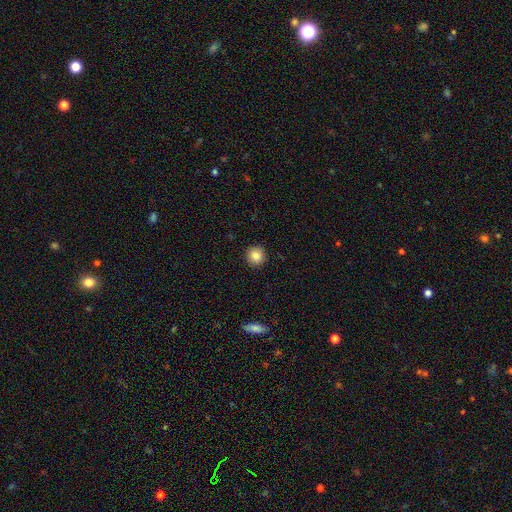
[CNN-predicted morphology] Smooth or featured? Predicted: smooth (p=0.85). How rounded? Predicted: round (p=0.93). Merging? Predicted: none (p=0.92).